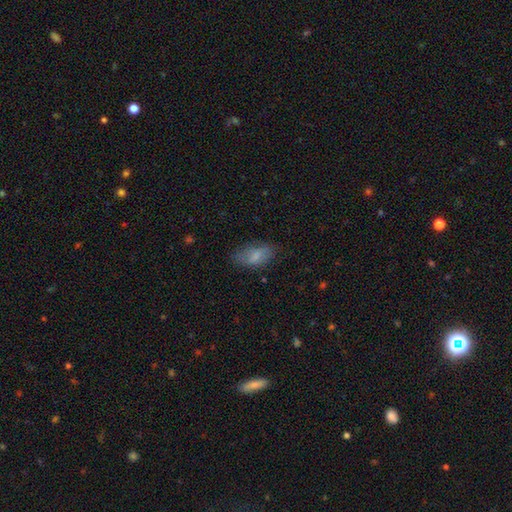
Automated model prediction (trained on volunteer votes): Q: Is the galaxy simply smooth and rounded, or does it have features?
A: smooth — 72%.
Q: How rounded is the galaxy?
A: in between — 89%.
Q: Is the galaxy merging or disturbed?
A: none — 68%.